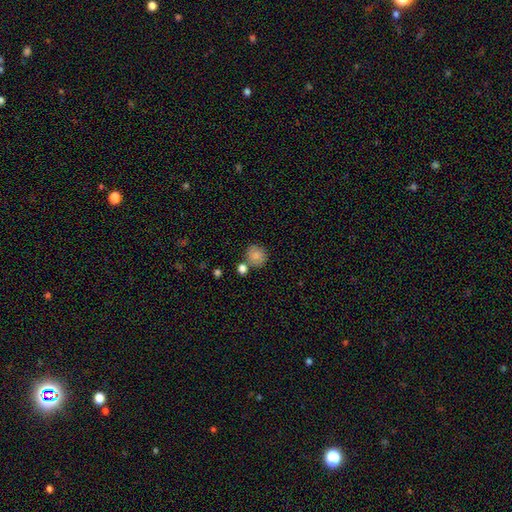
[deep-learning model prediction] This is clearly a smooth galaxy (82%). How rounded: clearly round (83%). Merging: likely none (64%).